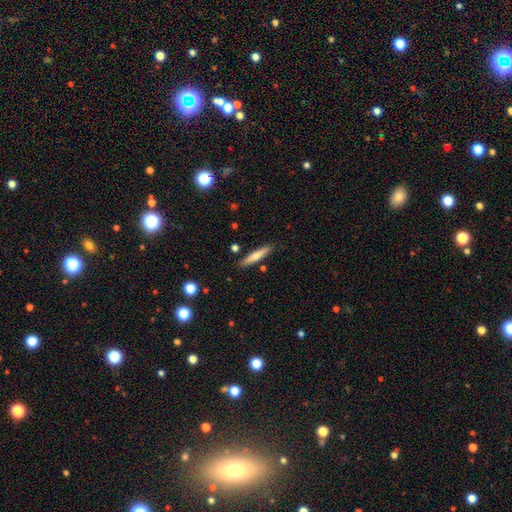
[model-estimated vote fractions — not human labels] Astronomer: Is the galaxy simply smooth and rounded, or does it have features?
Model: smooth — 63%.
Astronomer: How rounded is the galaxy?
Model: cigar-shaped — 90%.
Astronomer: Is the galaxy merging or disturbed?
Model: none — 87%.